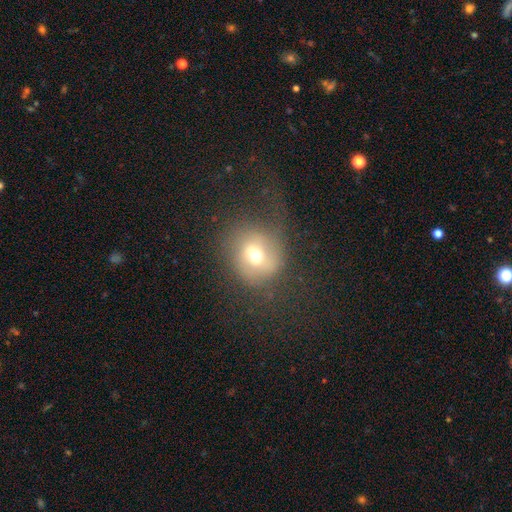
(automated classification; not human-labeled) This appears to be a smooth galaxy with no disk features (55%) that is round (80%). Merging: none (51%).